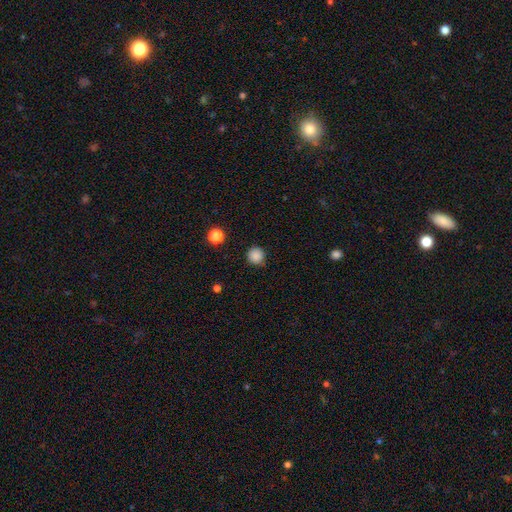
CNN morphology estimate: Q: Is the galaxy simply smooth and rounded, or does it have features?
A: smooth — 85%.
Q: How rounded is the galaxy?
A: round — 95%.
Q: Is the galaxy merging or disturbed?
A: none — 85%.